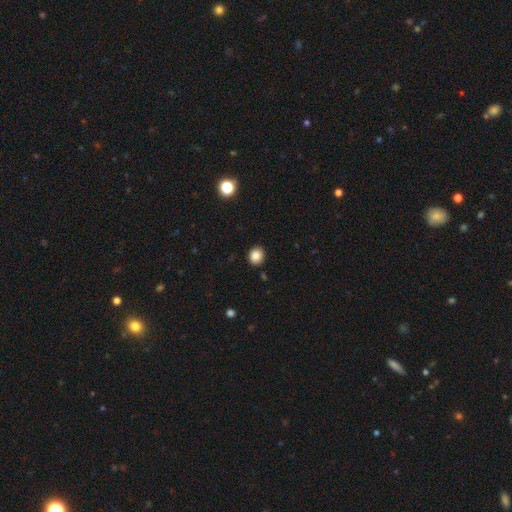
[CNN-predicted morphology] smooth 86%, star or artifact 11%, featured or disk 3%. Down the decision tree: how rounded — round (81%); merging — none (90%).